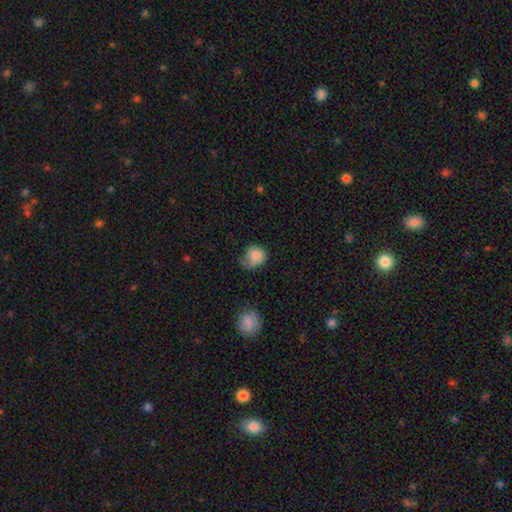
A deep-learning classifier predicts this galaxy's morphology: smooth_or_featured: smooth (p=0.81) [alt: featured or disk p=0.11]
how_rounded: round (p=0.62) [alt: in between p=0.37]
merging: minor disturbance (p=0.39) [alt: none p=0.36]